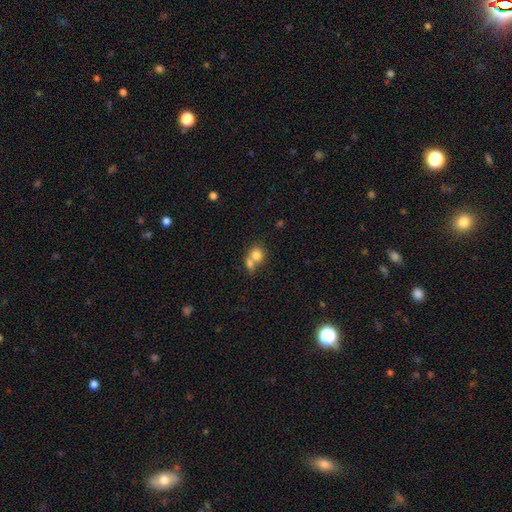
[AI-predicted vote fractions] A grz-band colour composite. It shows a smooth galaxy with no disk features (79%) that is round (68%). Merging: merger (58%).